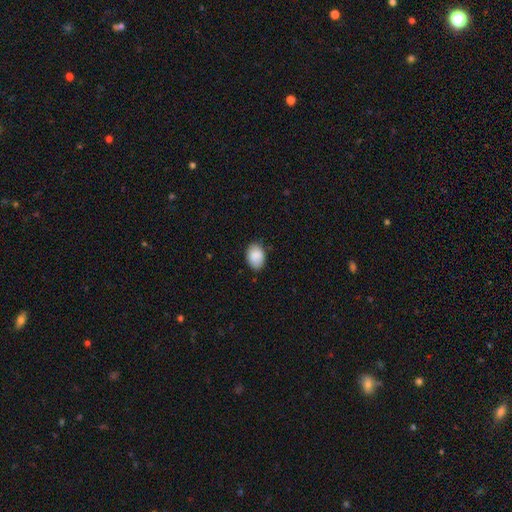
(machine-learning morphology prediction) Q: Smooth or featured?
A: smooth (89%); runner-up: star or artifact (7%)
Q: How rounded?
A: in between (80%); runner-up: round (19%)
Q: Merging?
A: none (78%); runner-up: minor disturbance (18%)